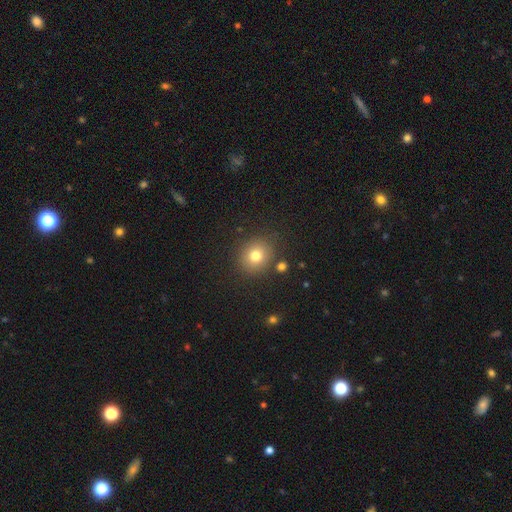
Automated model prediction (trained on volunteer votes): The model was most divided on "smooth or featured": smooth: 77%, star or artifact: 14%, featured or disk: 9%. More confident: merging — none (84%); how rounded — round (83%).